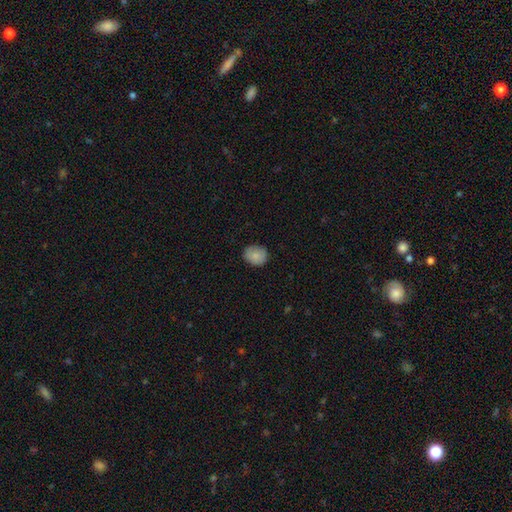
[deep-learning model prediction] smooth 85%, star or artifact 8%, featured or disk 7%. Down the decision tree: how rounded — round (63%); merging — none (84%).